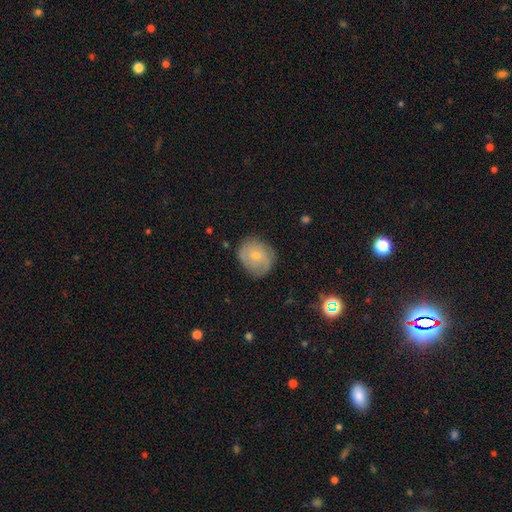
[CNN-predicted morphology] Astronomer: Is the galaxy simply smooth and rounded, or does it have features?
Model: smooth — 49% (runner-up: featured or disk, 43%).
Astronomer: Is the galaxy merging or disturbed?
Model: none — 75%.